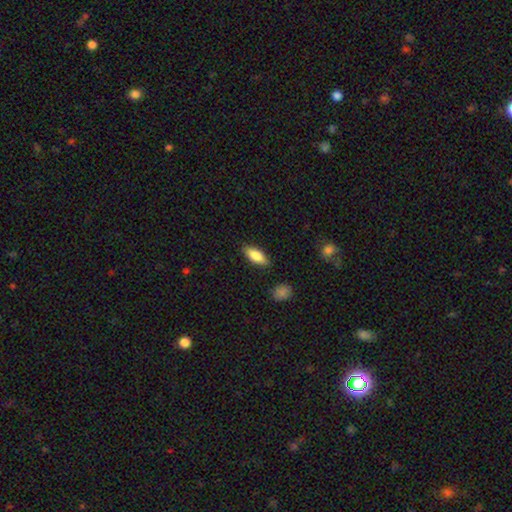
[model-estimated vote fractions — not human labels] A smooth galaxy with no disk features (79%) that is in between round and cigar-shaped (76%).

Vote fractions:
- Smooth or featured? smooth: 79% / featured or disk: 14% / star or artifact: 6%
- How rounded? in between: 76% / cigar-shaped: 22% / round: 2%
- Merging? none: 86% / minor disturbance: 10% / major disturbance: 2% / merger: 1%